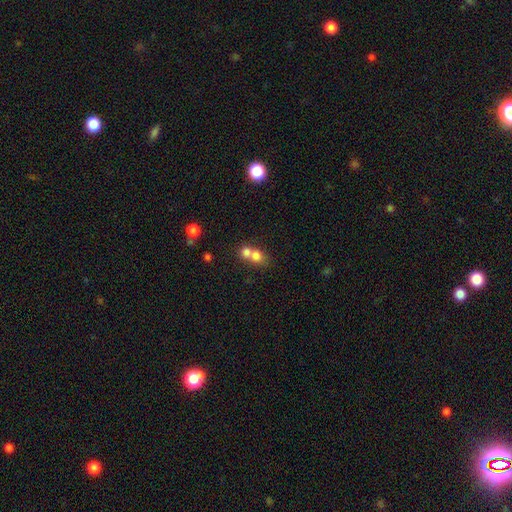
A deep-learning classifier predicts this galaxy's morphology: This appears to be a smooth galaxy with no disk features (74%) that is round (63%). Merging: merger (68%).